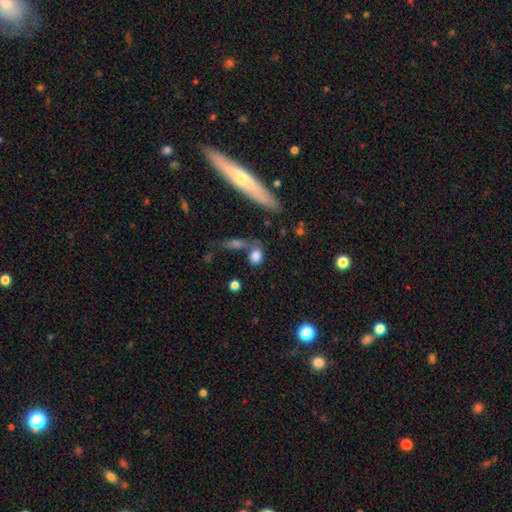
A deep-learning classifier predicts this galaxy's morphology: Smooth or featured? smooth (80%)
How rounded? round (47%)
Merging? none (51%)